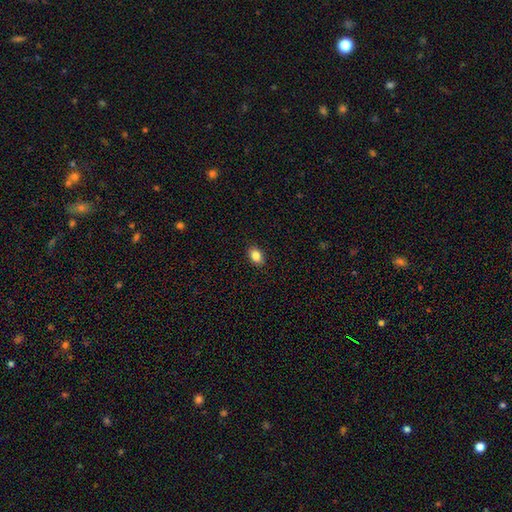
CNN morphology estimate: type=smooth (85%); roundness=in between (80%); merging=none (90%).